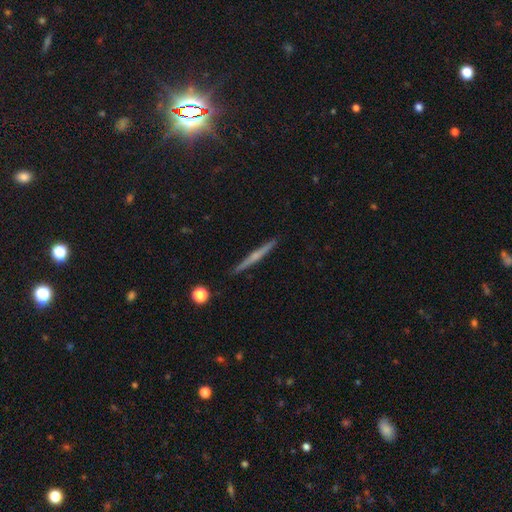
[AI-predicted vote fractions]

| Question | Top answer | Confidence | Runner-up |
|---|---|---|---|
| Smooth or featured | featured or disk | 65% | smooth (28%) |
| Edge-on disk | yes | 98% | no (2%) |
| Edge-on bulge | rounded | 54% | none (38%) |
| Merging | none | 92% | minor disturbance (6%) |